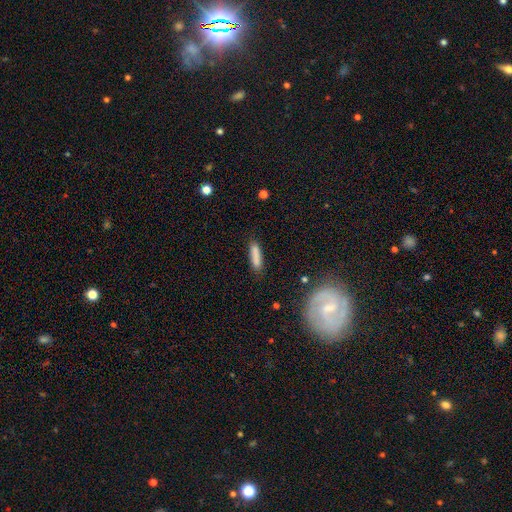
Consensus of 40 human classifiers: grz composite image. It shows a smooth galaxy with no disk features (90%) that is cigar-shaped (81%). Merging: none (79%).